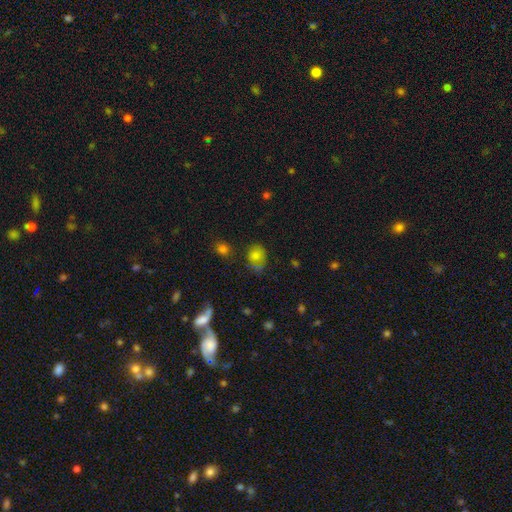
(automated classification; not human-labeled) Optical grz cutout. It shows a smooth galaxy with no disk features (75%) that is round (57%). Merging: none (55%).